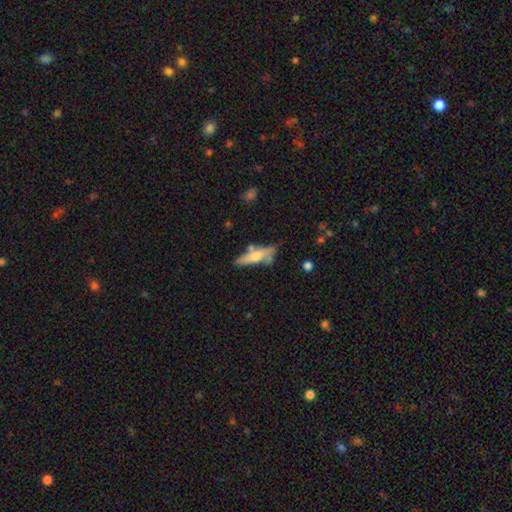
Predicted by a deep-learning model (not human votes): A smooth galaxy with no disk features (50%) that is cigar-shaped (66%). Merging: none (56%).